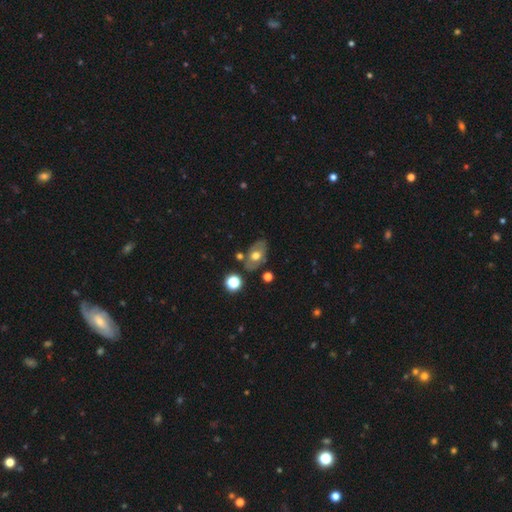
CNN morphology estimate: This appears to be a smooth galaxy with no disk features (53%) that is in between round and cigar-shaped (85%). Merging: none (73%).